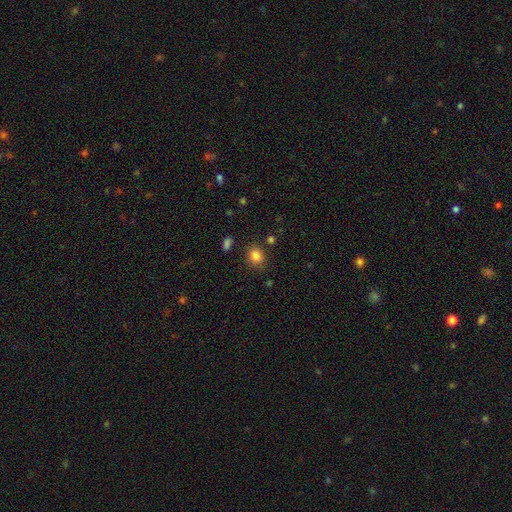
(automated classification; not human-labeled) smooth-or-featured: smooth: 84% | star or artifact: 11% | featured or disk: 6%
  how-rounded: round: 62% | in between: 37% | cigar-shaped: 1%
  merging: none: 80% | minor disturbance: 13% | major disturbance: 4% | merger: 3%